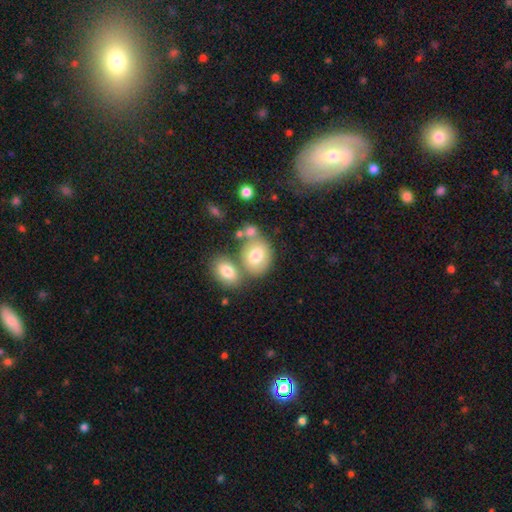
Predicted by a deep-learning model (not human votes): Morphology: type=smooth (75%); roundness=in between (58%); merging=none (49%).